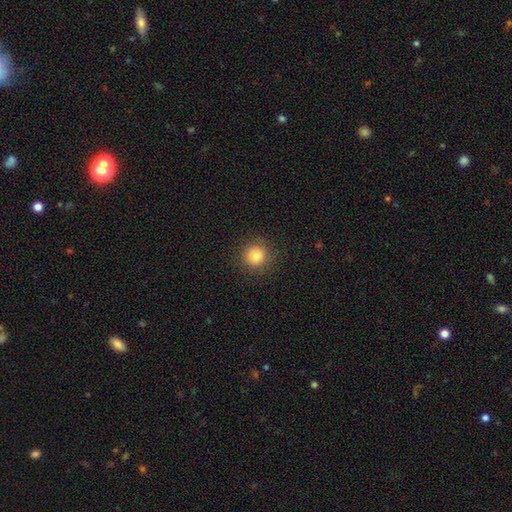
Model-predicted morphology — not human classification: smooth-or-featured: smooth: 82% | star or artifact: 12% | featured or disk: 6%
  how-rounded: round: 93% | in between: 6% | cigar-shaped: 1%
  merging: none: 89% | minor disturbance: 7% | major disturbance: 3% | merger: 1%